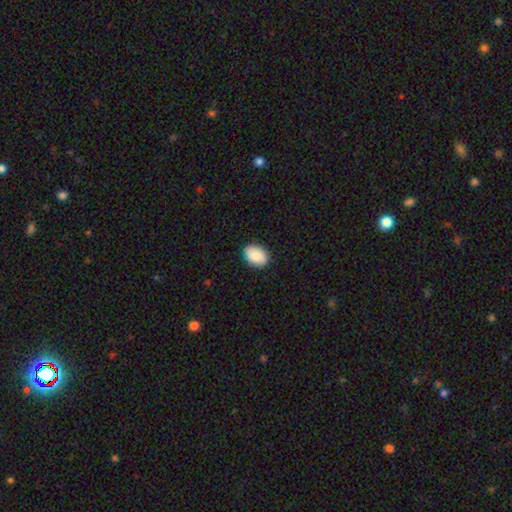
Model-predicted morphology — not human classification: Q: Smooth or featured?
A: smooth (84%); runner-up: featured or disk (9%)
Q: How rounded?
A: in between (78%); runner-up: round (21%)
Q: Merging?
A: none (86%); runner-up: minor disturbance (11%)